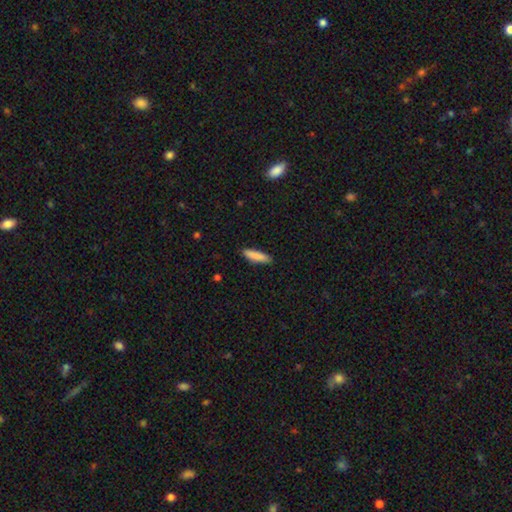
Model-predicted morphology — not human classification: Overall: smooth (87%). How rounded: cigar-shaped (75%). Merging: none (88%).